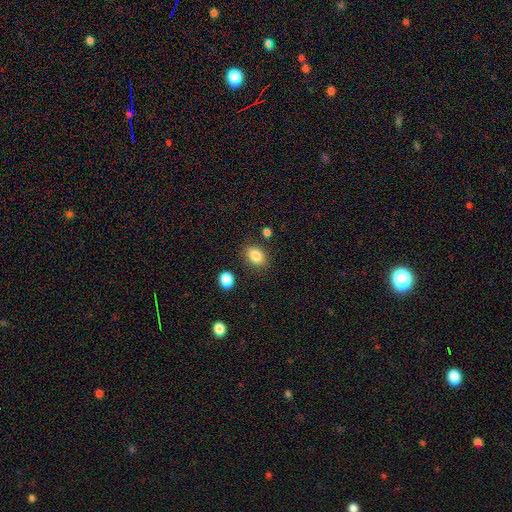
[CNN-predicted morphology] Overall: smooth (85%). How rounded: in between (75%). Merging: none (81%).